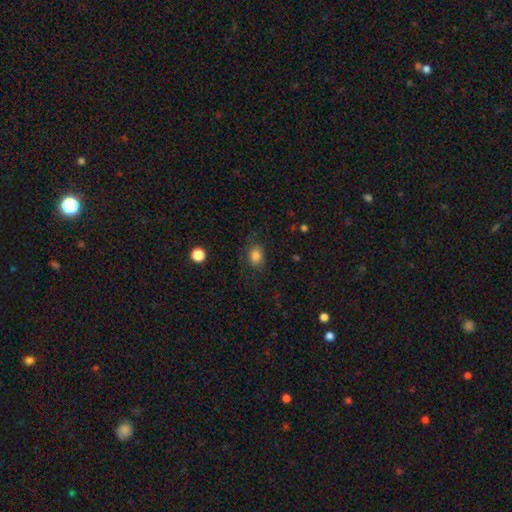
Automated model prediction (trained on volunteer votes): A smooth galaxy with no disk features (82%) that is in between round and cigar-shaped (61%).

Vote fractions:
- Smooth or featured? smooth: 82% / star or artifact: 11% / featured or disk: 7%
- How rounded? in between: 61% / round: 37% / cigar-shaped: 1%
- Merging? none: 76% / minor disturbance: 17% / major disturbance: 6% / merger: 1%